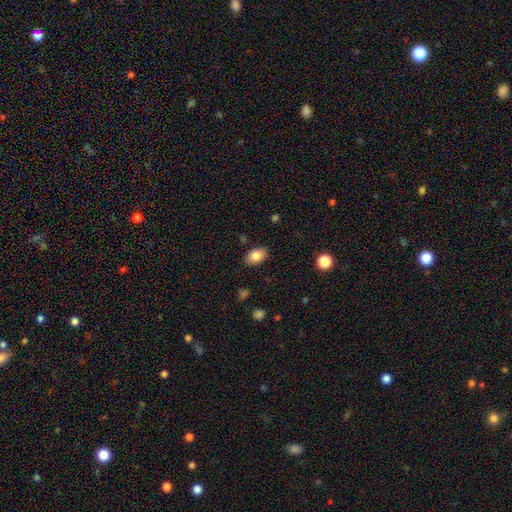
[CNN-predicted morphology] A smooth galaxy with no disk features (84%) that is in between round and cigar-shaped (87%).

Vote fractions:
- Smooth or featured? smooth: 84% / star or artifact: 8% / featured or disk: 8%
- How rounded? in between: 87% / round: 12% / cigar-shaped: 1%
- Merging? none: 85% / minor disturbance: 11% / major disturbance: 3% / merger: 1%